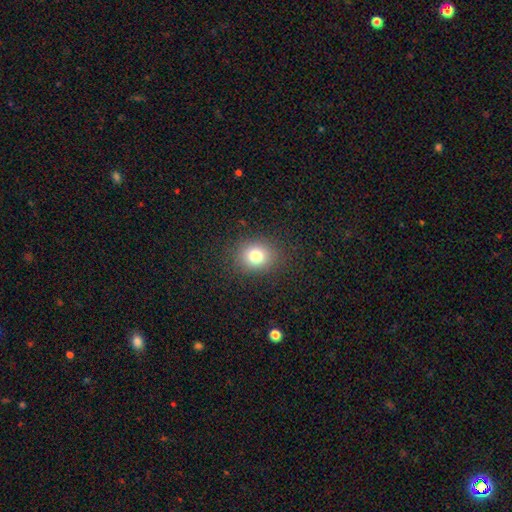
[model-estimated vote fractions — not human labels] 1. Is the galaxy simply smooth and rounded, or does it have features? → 78% smooth, 13% star or artifact, 8% featured or disk.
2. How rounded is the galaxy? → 69% round, 30% in between, 1% cigar-shaped.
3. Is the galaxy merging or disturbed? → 87% none, 9% minor disturbance, 4% major disturbance, 1% merger.